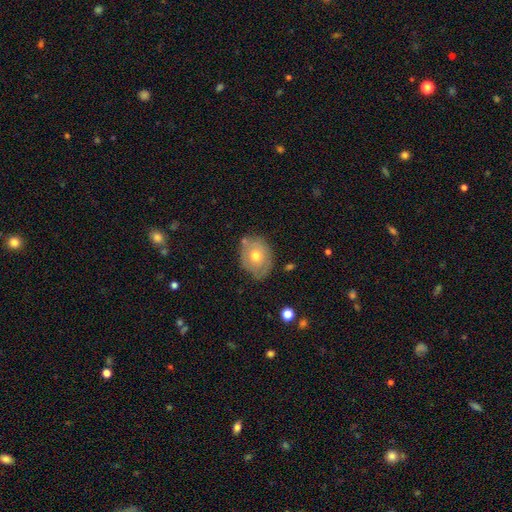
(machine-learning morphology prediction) Smooth or featured?
  - smooth: 57% *
  - featured or disk: 36%
  - star or artifact: 8%
How rounded?
  - round: 52% *
  - in between: 47%
  - cigar-shaped: 1%
Merging?
  - none: 67% *
  - minor disturbance: 23%
  - major disturbance: 6%
  - merger: 5%